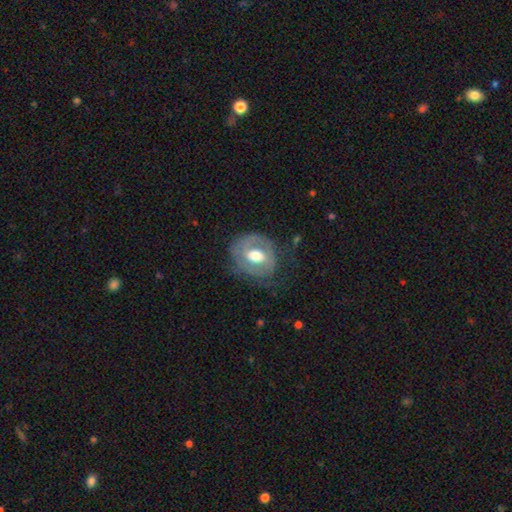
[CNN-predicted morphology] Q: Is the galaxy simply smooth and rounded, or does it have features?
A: featured or disk — 59%.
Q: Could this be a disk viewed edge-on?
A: no — 95%.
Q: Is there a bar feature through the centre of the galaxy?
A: no — 55%.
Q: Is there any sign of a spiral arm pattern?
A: no — 51%.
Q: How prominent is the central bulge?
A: moderate — 67%.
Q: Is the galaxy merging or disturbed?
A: none — 58%.